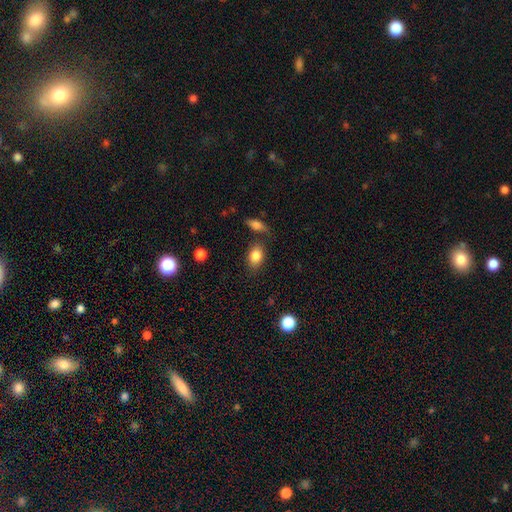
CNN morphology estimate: smooth-or-featured: smooth: 85% | star or artifact: 8% | featured or disk: 8%
  how-rounded: in between: 81% | round: 17% | cigar-shaped: 2%
  merging: none: 73% | minor disturbance: 15% | merger: 9% | major disturbance: 4%